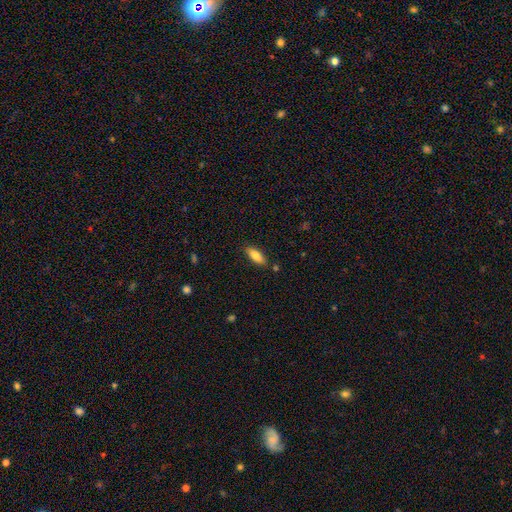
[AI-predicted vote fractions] Smooth or featured?
  - smooth: 80% *
  - featured or disk: 13%
  - star or artifact: 7%
How rounded?
  - in between: 69% *
  - cigar-shaped: 29%
  - round: 2%
Merging?
  - none: 83% *
  - minor disturbance: 11%
  - merger: 3%
  - major disturbance: 2%